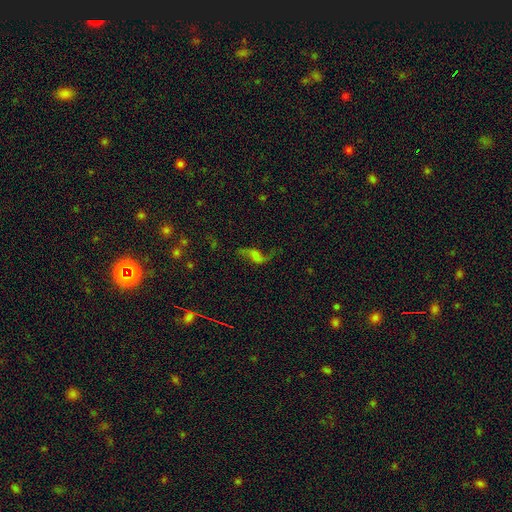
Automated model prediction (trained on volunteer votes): Smooth or featured: featured or disk — 62% (smooth — 23%)
Edge-on disk: no — 93% (yes — 7%)
Bar: no — 43% (weak — 38%)
Spiral arms: yes — 87% (no — 13%)
Spiral winding: loose — 90% (medium — 8%)
Spiral arm count: 2 — 88% (1 — 7%)
Bulge size: none — 49% (small — 23%)
Merging: none — 58% (major disturbance — 20%)